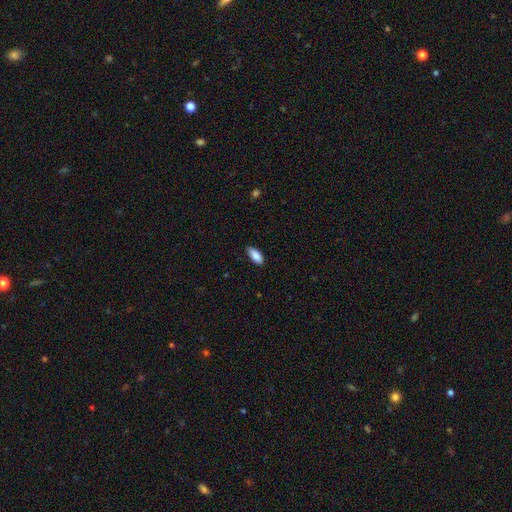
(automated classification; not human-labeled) Q: Smooth or featured?
A: smooth (89%); runner-up: star or artifact (6%)
Q: How rounded?
A: in between (88%); runner-up: cigar-shaped (11%)
Q: Merging?
A: none (86%); runner-up: minor disturbance (11%)